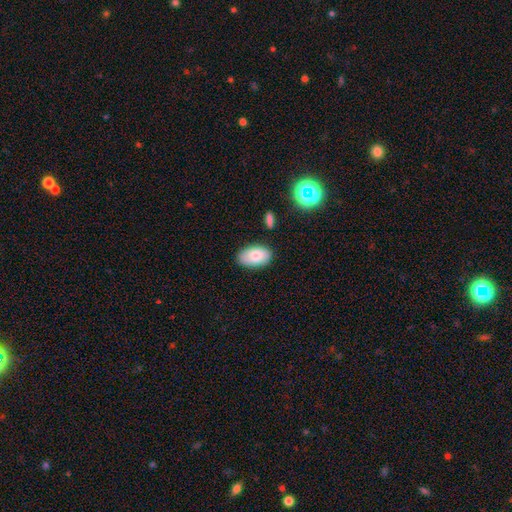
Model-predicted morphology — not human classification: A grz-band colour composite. It shows a smooth galaxy with no disk features (81%) that is in between round and cigar-shaped (93%). Merging: none (80%).